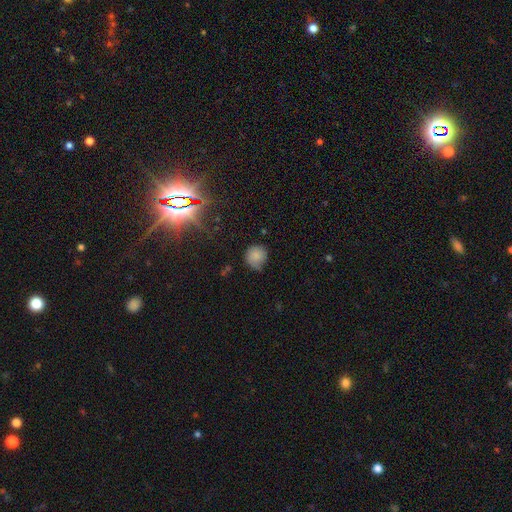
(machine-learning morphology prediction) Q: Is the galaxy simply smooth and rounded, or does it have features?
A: smooth — 78%.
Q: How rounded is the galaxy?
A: round — 87%.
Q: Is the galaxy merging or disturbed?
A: none — 60%.